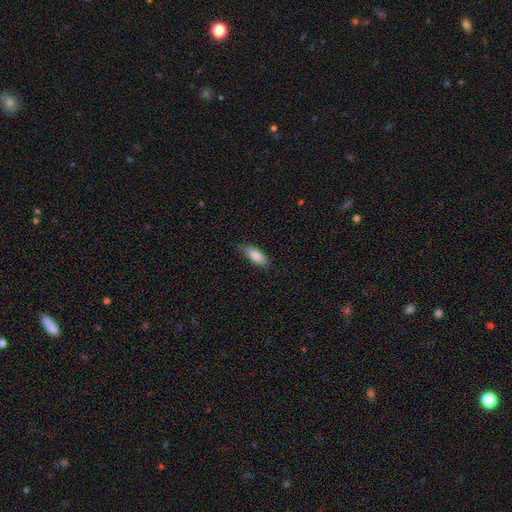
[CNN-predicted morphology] Smooth or featured?
  - smooth: 83% *
  - featured or disk: 11%
  - star or artifact: 6%
How rounded?
  - in between: 70% *
  - cigar-shaped: 28%
  - round: 2%
Merging?
  - none: 79% *
  - minor disturbance: 17%
  - major disturbance: 3%
  - merger: 1%